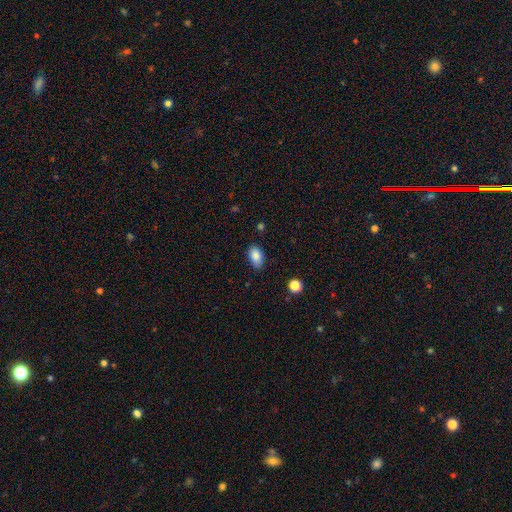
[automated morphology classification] A smooth galaxy with no disk features (87%) that is in between round and cigar-shaped (88%). Merging: none (80%).